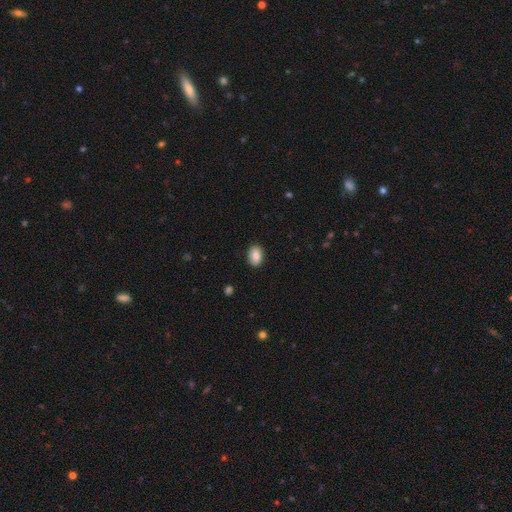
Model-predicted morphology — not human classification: Q: Smooth or featured?
A: smooth (87%); runner-up: star or artifact (7%)
Q: How rounded?
A: in between (85%); runner-up: round (14%)
Q: Merging?
A: none (88%); runner-up: minor disturbance (9%)